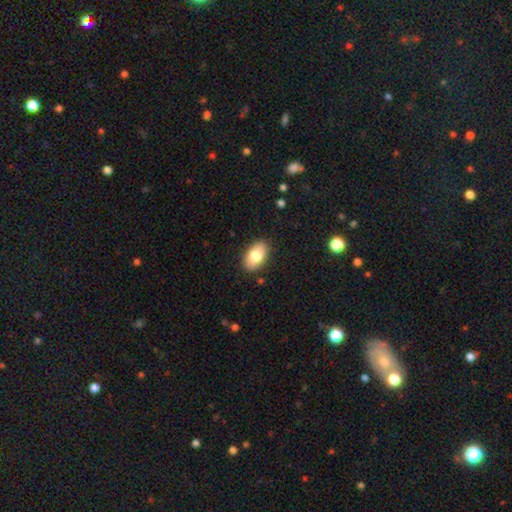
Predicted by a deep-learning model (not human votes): Q: Smooth or featured?
A: smooth (81%); runner-up: featured or disk (13%)
Q: How rounded?
A: in between (93%); runner-up: round (6%)
Q: Merging?
A: none (88%); runner-up: minor disturbance (9%)